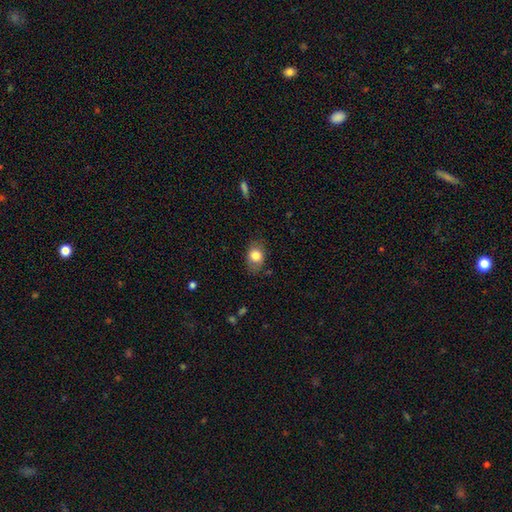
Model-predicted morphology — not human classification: smooth_or_featured: smooth (p=0.80) [alt: featured or disk p=0.12]
how_rounded: in between (p=0.73) [alt: round p=0.26]
merging: none (p=0.77) [alt: minor disturbance p=0.18]